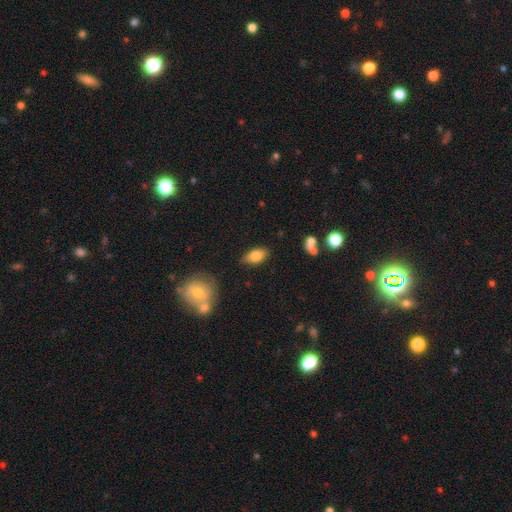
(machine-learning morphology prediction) This is likely a smooth galaxy (79%). How rounded: clearly in between (89%). Merging: clearly none (81%).